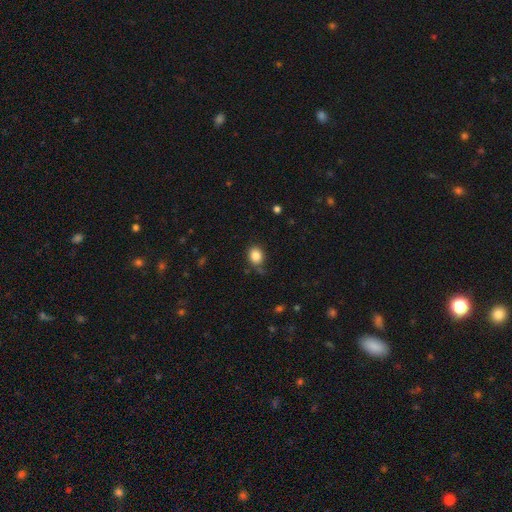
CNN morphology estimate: A smooth galaxy with no disk features (84%) that is round (63%). Merging: none (74%).